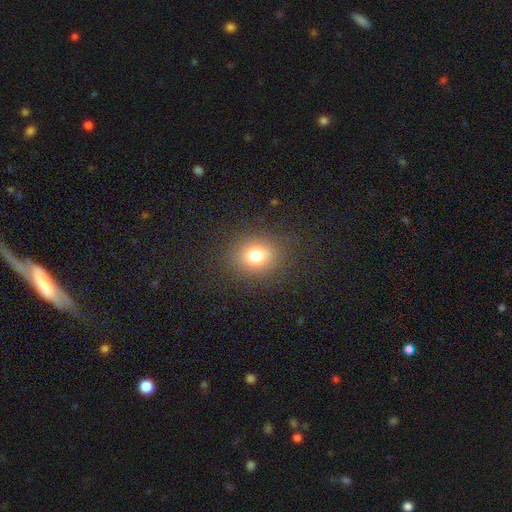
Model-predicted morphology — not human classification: A smooth galaxy with no disk features (76%) that is round (68%). Merging: none (86%).